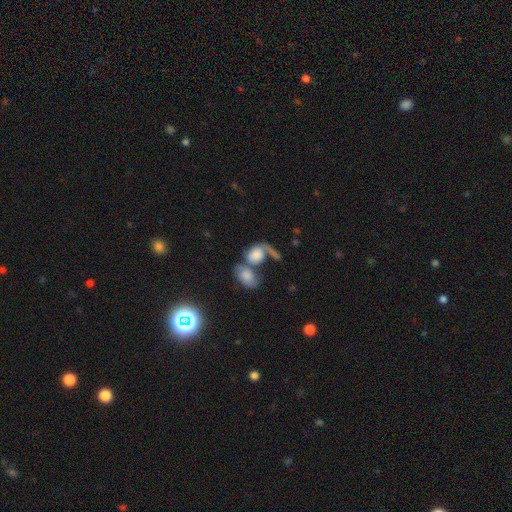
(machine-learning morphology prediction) Smooth or featured? smooth (63%)
How rounded? in between (63%)
Merging? merger (57%)